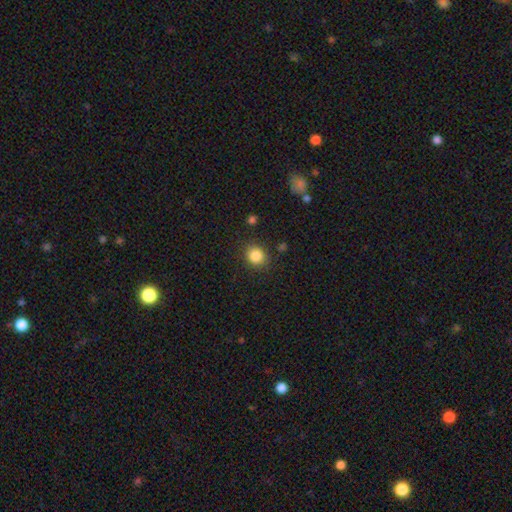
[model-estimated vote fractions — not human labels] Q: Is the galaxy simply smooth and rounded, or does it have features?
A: smooth — 85%.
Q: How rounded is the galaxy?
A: round — 80%.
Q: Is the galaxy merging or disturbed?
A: none — 86%.